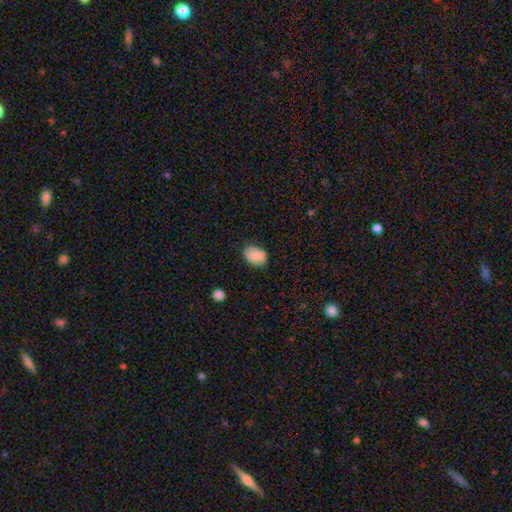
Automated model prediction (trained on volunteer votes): Smooth or featured: smooth — 86% (star or artifact — 8%)
How rounded: in between — 77% (round — 22%)
Merging: none — 77% (minor disturbance — 18%)